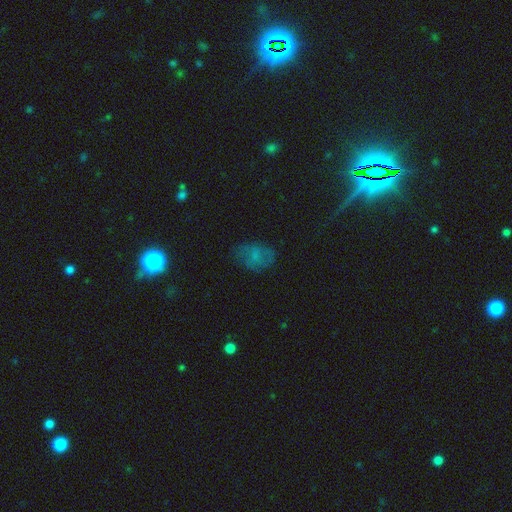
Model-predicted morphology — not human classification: Q: Smooth or featured?
A: smooth (59%); runner-up: featured or disk (23%)
Q: How rounded?
A: in between (75%); runner-up: round (24%)
Q: Merging?
A: none (62%); runner-up: minor disturbance (24%)